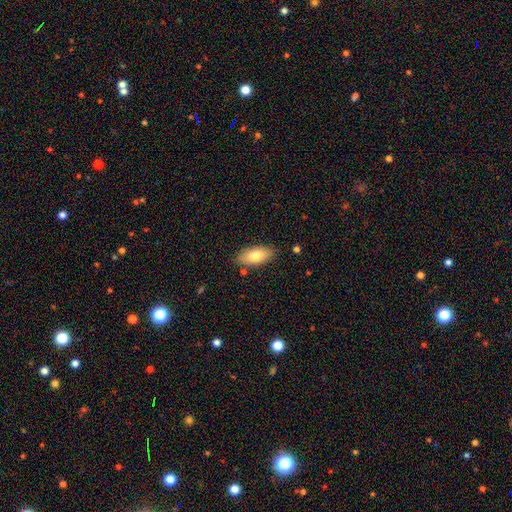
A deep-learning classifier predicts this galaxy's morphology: This appears to be a smooth galaxy with no disk features (76%) that is in between round and cigar-shaped (88%). Merging: none (83%).